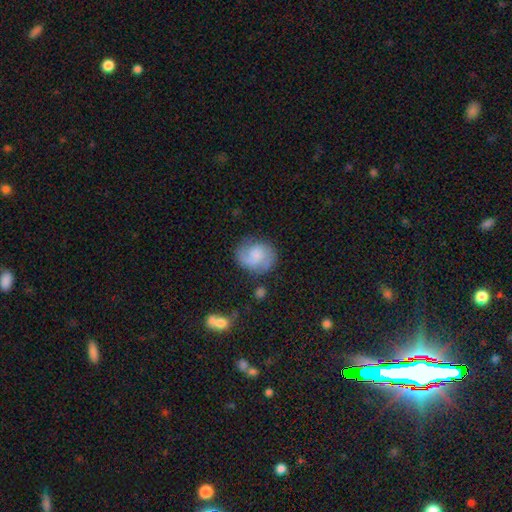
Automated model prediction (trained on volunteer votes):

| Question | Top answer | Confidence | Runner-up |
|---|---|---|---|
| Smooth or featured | featured or disk | 49% | smooth (42%) |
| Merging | none | 65% | minor disturbance (21%) |